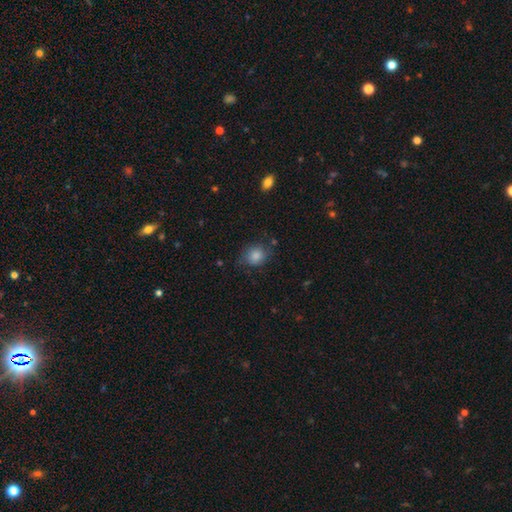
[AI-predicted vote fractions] Smooth or featured: smooth — 84% (star or artifact — 9%)
How rounded: round — 74% (in between — 25%)
Merging: none — 73% (minor disturbance — 20%)